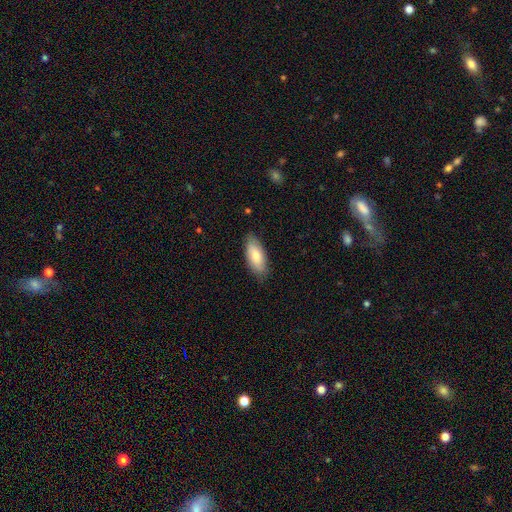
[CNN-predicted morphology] Smooth or featured? Predicted: smooth (p=0.77). How rounded? Predicted: in between (p=0.84). Merging? Predicted: none (p=0.82).